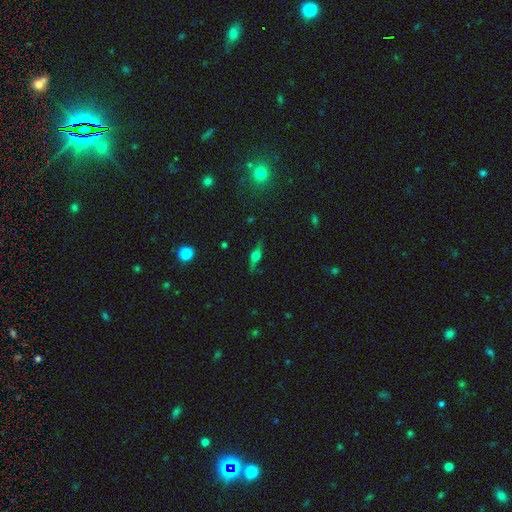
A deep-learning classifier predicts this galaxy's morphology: The model was most divided on "smooth or featured": featured or disk: 55%, smooth: 33%, star or artifact: 11%. More confident: edge-on disk — yes (84%); merging — none (74%).